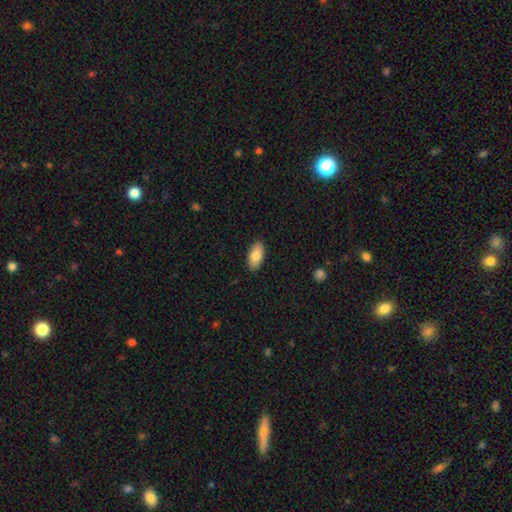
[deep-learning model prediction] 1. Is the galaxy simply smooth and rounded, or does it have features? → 81% smooth, 13% featured or disk, 6% star or artifact.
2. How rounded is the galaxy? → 91% in between, 6% cigar-shaped, 3% round.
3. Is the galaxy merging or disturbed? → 89% none, 8% minor disturbance, 2% major disturbance, 1% merger.